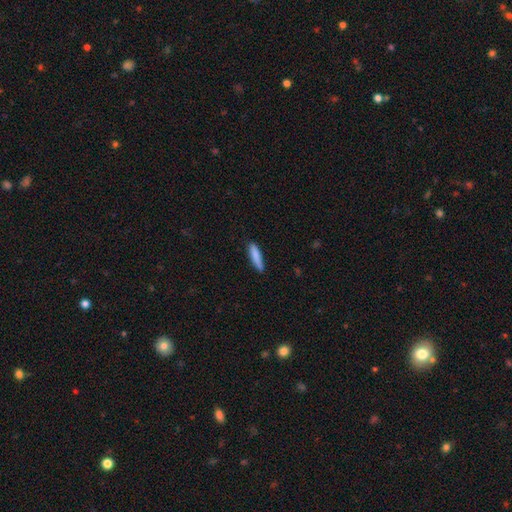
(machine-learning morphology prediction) This is clearly a smooth galaxy (83%). How rounded: likely cigar-shaped (79%). Merging: likely none (78%).